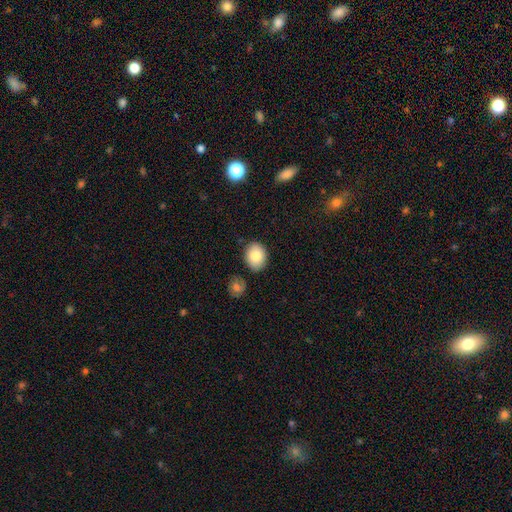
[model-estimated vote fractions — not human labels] A smooth galaxy with no disk features (83%) that is in between round and cigar-shaped (60%).

Vote fractions:
- Smooth or featured? smooth: 83% / featured or disk: 9% / star or artifact: 8%
- How rounded? in between: 60% / round: 39% / cigar-shaped: 1%
- Merging? none: 82% / minor disturbance: 12% / merger: 4% / major disturbance: 2%